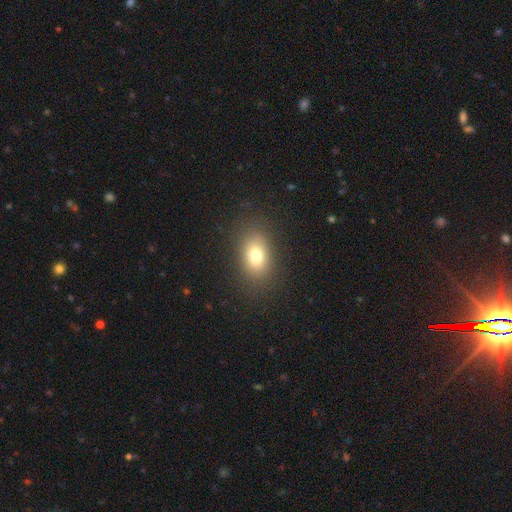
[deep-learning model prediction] smooth-or-featured: smooth: 76% | star or artifact: 13% | featured or disk: 12%
  how-rounded: in between: 76% | round: 22% | cigar-shaped: 2%
  merging: none: 85% | minor disturbance: 9% | major disturbance: 5% | merger: 1%